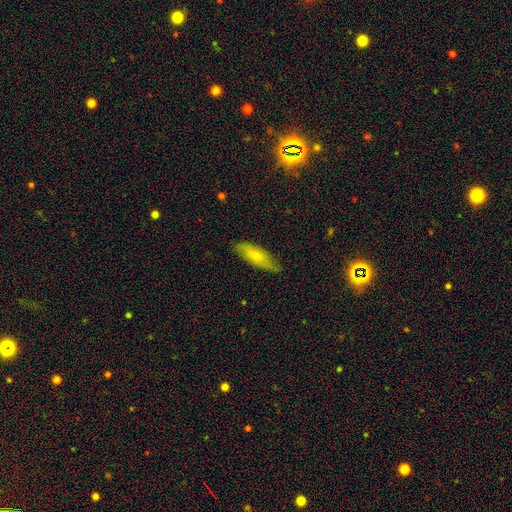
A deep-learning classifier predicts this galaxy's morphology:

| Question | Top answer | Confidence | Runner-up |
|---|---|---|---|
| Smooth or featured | smooth | 73% | featured or disk (22%) |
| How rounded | in between | 58% | cigar-shaped (41%) |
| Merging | none | 77% | minor disturbance (19%) |